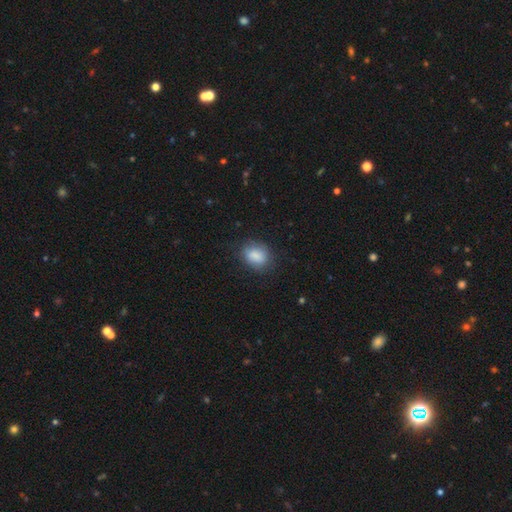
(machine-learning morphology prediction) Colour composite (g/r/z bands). It shows a smooth galaxy with no disk features (85%) that is in between round and cigar-shaped (60%). Merging: none (76%).